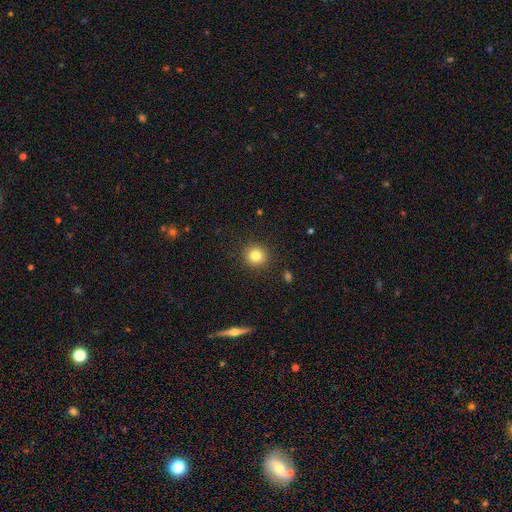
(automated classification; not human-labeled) This appears to be a smooth galaxy with no disk features (81%) that is round (91%). Merging: none (91%).